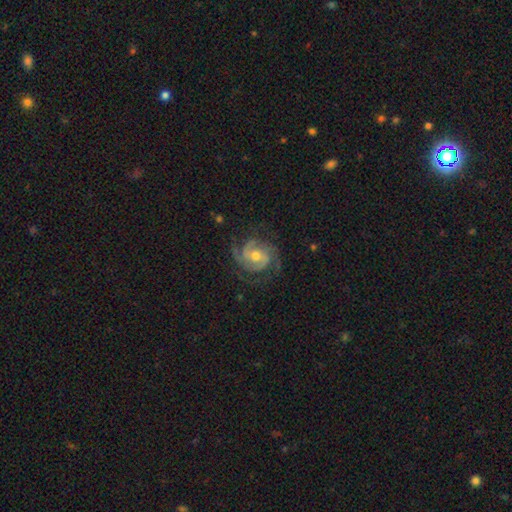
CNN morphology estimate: The model was most divided on "spiral arm count": 3: 41%, 2: 33%, can't tell: 10%, 4: 7%, 1: 5%, more than 4: 5%. More confident: edge-on disk — no (98%); spiral arms — yes (98%); smooth or featured — featured or disk (90%); merging — none (74%); bulge size — moderate (67%); bar — no (55%); spiral winding — tight (53%).